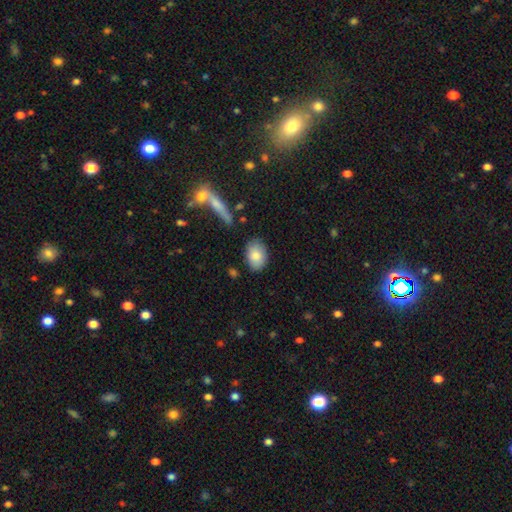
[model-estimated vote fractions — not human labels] This is clearly a smooth galaxy (83%). How rounded: clearly in between (84%). Merging: clearly none (80%).